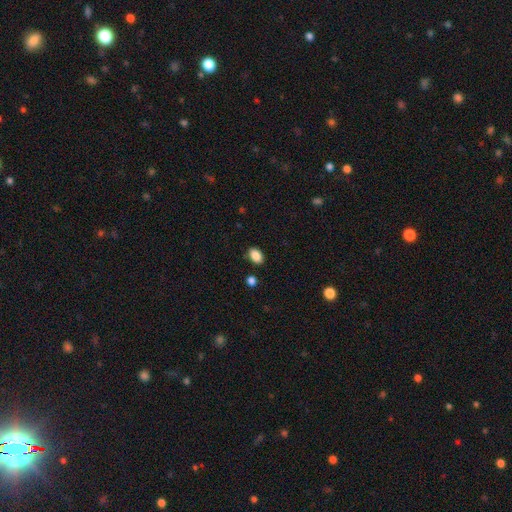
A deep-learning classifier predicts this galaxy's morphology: This is clearly a smooth galaxy (88%). How rounded: clearly in between (85%). Merging: clearly none (86%).